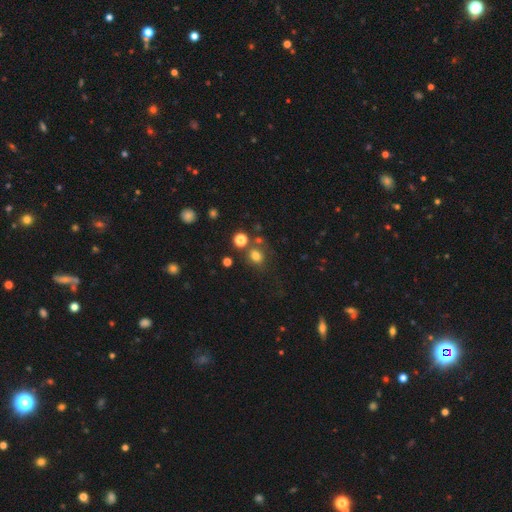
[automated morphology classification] type=smooth (75%); roundness=round (72%); merging=none (67%).